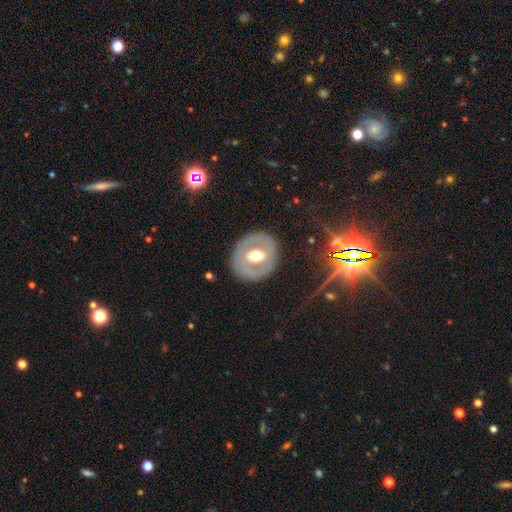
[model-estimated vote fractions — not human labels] Smooth or featured? featured or disk (61%)
Edge-on disk? no (94%)
Bar? no (47%)
Spiral arms? no (79%)
Bulge size? moderate (68%)
Merging? none (81%)